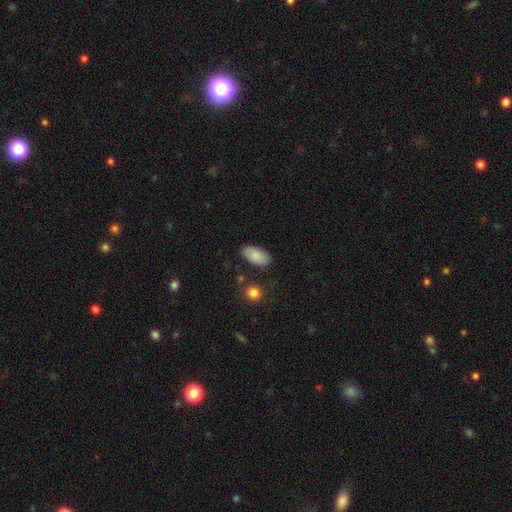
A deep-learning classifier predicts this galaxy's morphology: This is clearly a smooth galaxy (87%). How rounded: clearly in between (94%). Merging: clearly none (84%).